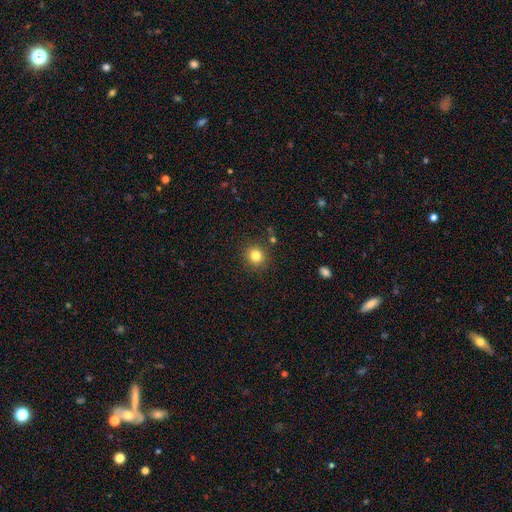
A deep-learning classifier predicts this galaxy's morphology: A smooth galaxy with no disk features (82%) that is round (89%). Merging: none (88%).